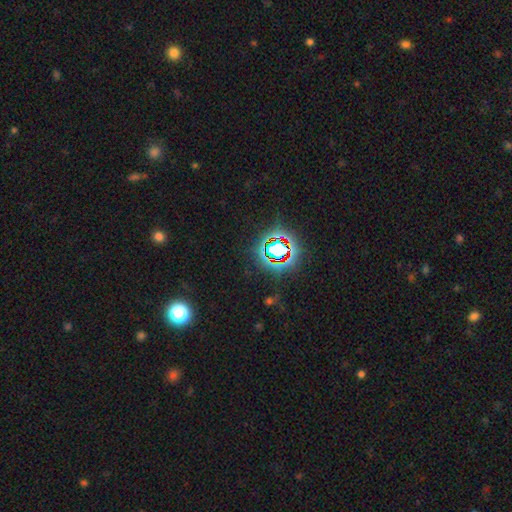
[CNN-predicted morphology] A star or artifact, not a galaxy (77%).

Vote fractions:
- Smooth or featured? star or artifact: 77% / smooth: 15% / featured or disk: 8%